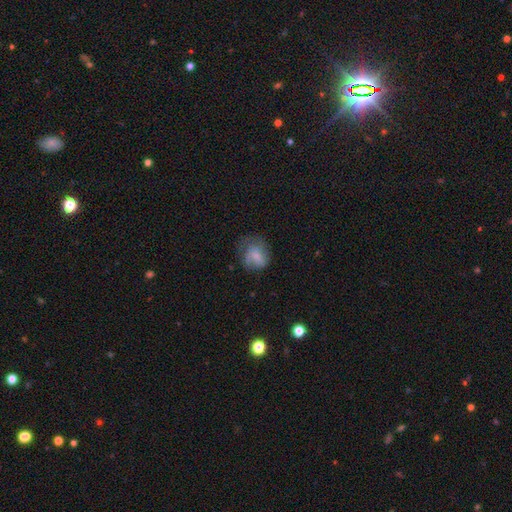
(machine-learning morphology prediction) A smooth galaxy with no disk features (60%) that is round (54%). Merging: none (44%).